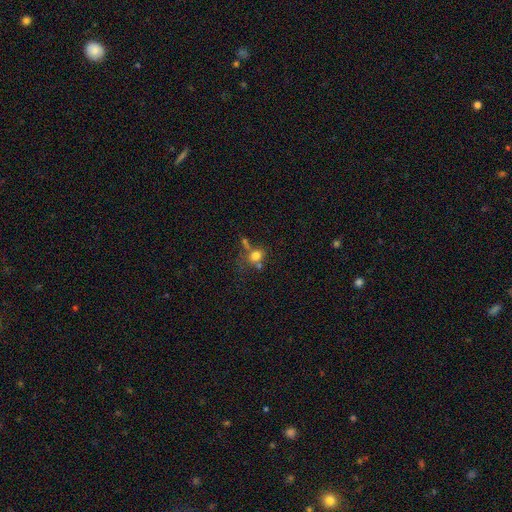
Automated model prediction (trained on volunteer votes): This appears to be a smooth galaxy with no disk features (72%) that is round (66%). Merging: none (43%).